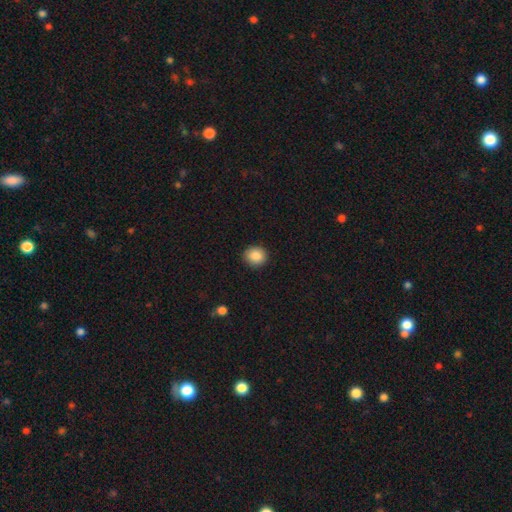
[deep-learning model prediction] Overall: smooth (87%). How rounded: round (82%). Merging: none (90%).